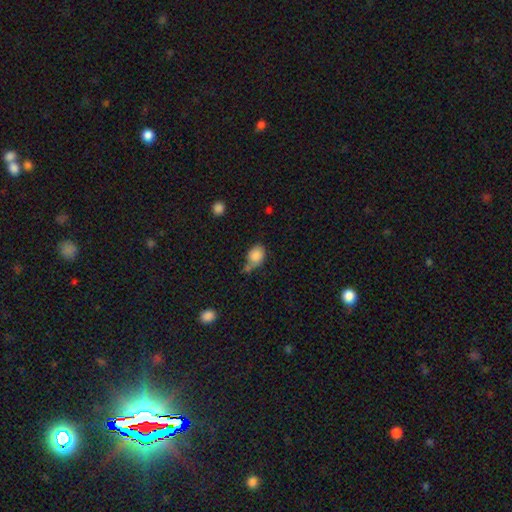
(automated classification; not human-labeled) smooth_or_featured: smooth (p=0.85) [alt: star or artifact p=0.09]
how_rounded: in between (p=0.58) [alt: round p=0.40]
merging: none (p=0.42) [alt: minor disturbance p=0.29]